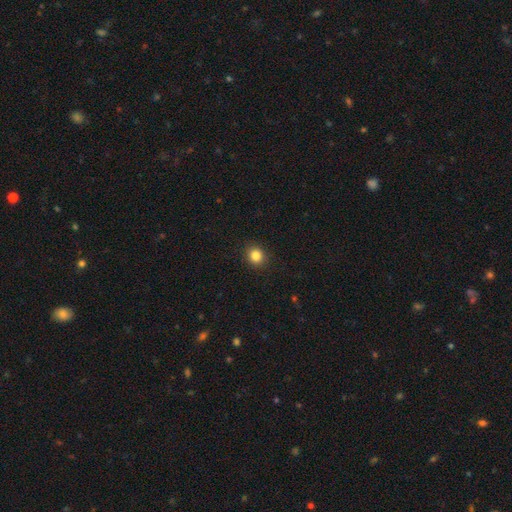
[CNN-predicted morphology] Smooth or featured? Predicted: smooth (p=0.85). How rounded? Predicted: round (p=0.83). Merging? Predicted: none (p=0.91).